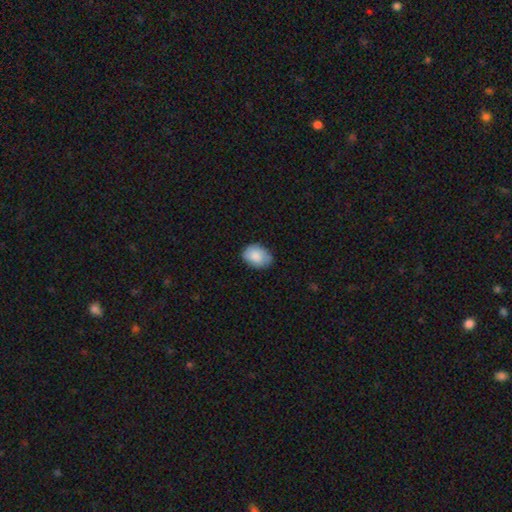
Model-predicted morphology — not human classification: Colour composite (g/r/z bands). It shows a smooth galaxy with no disk features (85%) that is in between round and cigar-shaped (74%). Merging: none (74%).